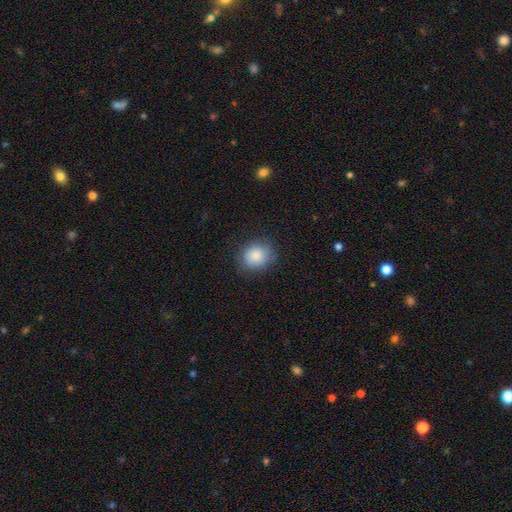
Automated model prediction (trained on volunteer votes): Smooth or featured?
  - smooth: 84% *
  - star or artifact: 9%
  - featured or disk: 8%
How rounded?
  - round: 71% *
  - in between: 28%
  - cigar-shaped: 1%
Merging?
  - none: 79% *
  - minor disturbance: 16%
  - major disturbance: 4%
  - merger: 1%